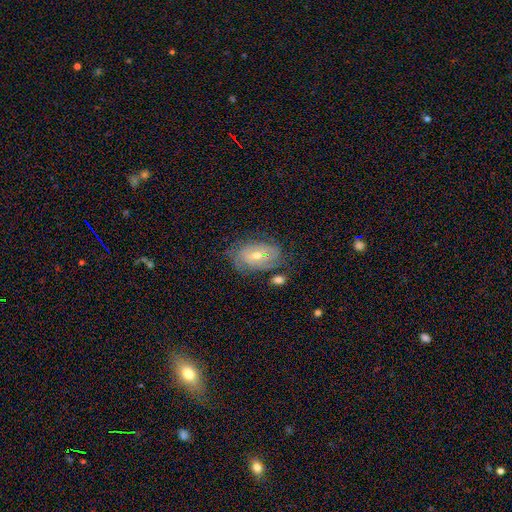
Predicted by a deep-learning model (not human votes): Smooth or featured? Predicted: featured or disk (p=0.57). Edge-on disk? Predicted: no (p=0.93). Bar? Predicted: no (p=0.51). Spiral arms? Predicted: yes (p=0.70). Bulge size? Predicted: moderate (p=0.49). Merging? Predicted: none (p=0.65).